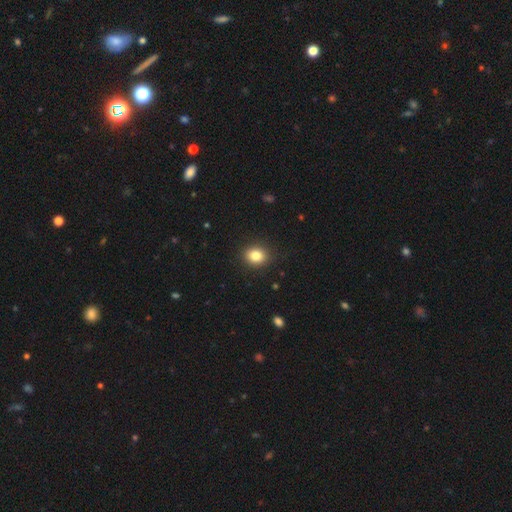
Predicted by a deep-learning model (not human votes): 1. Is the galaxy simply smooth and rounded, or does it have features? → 84% smooth, 10% star or artifact, 6% featured or disk.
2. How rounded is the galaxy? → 60% round, 39% in between, 1% cigar-shaped.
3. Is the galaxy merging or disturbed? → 89% none, 8% minor disturbance, 2% major disturbance, 1% merger.